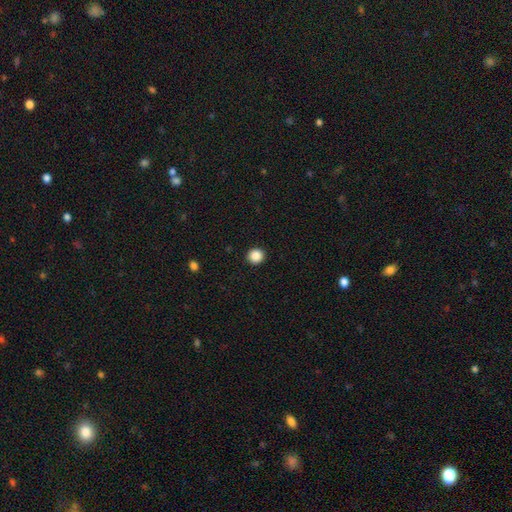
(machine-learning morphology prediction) Overall: smooth (88%). How rounded: round (94%). Merging: none (93%).